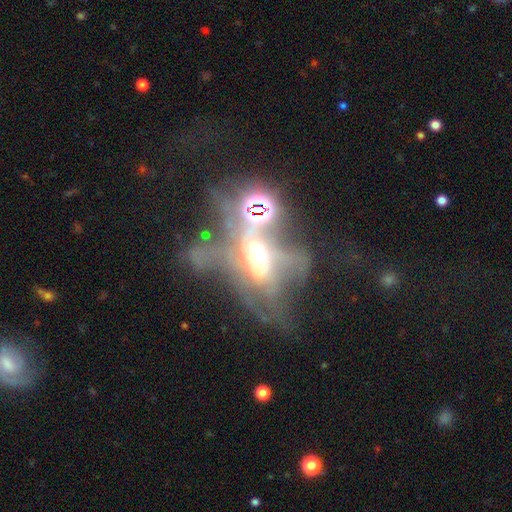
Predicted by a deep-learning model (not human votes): smooth_or_featured: featured or disk (p=0.60) [alt: star or artifact p=0.23]
disk_edge_on: no (p=0.81) [alt: yes p=0.19]
merging: major disturbance (p=0.41) [alt: merger p=0.32]